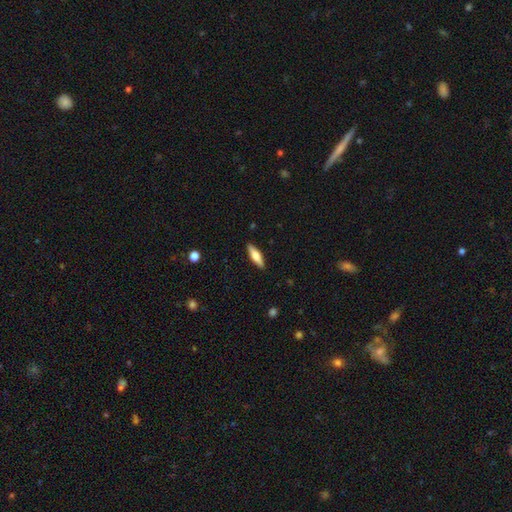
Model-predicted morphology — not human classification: smooth-or-featured: smooth: 58% | featured or disk: 36% | star or artifact: 6%
  how-rounded: cigar-shaped: 57% | in between: 40% | round: 2%
  merging: none: 90% | minor disturbance: 7% | major disturbance: 2% | merger: 1%